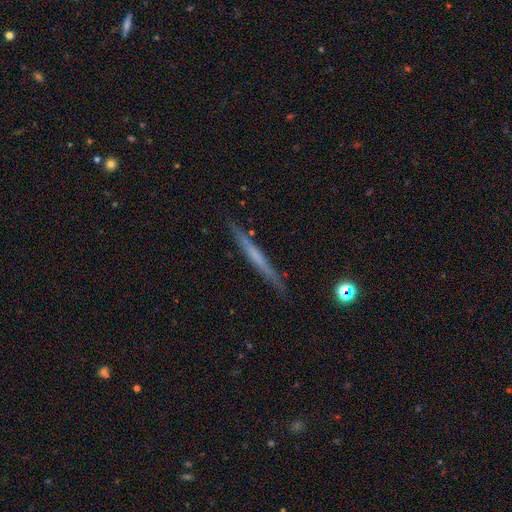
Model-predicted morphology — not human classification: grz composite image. It shows a featured or disk galaxy (52%) viewed edge-on (96%) with no central bulge (83%). Merging: none (88%).